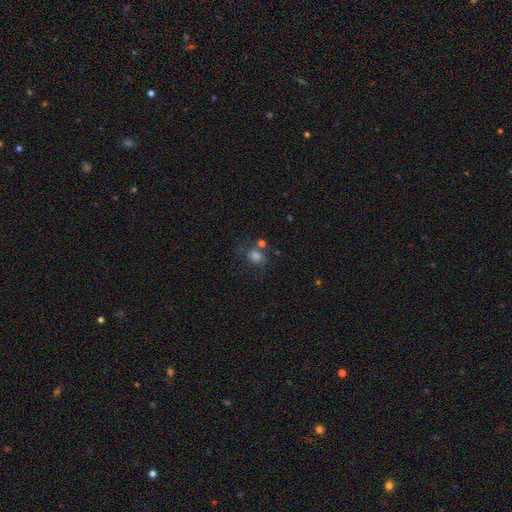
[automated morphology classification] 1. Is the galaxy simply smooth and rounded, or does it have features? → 62% smooth, 21% star or artifact, 17% featured or disk.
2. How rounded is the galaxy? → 52% in between, 47% round, 1% cigar-shaped.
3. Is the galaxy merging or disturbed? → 51% none, 20% minor disturbance, 15% major disturbance, 14% merger.